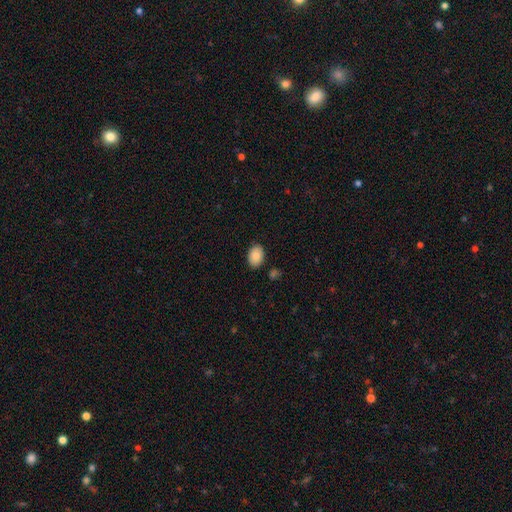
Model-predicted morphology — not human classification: The model was most divided on "how rounded": in between: 82%, round: 17%, cigar-shaped: 1%. More confident: smooth or featured — smooth (88%); merging — none (86%).